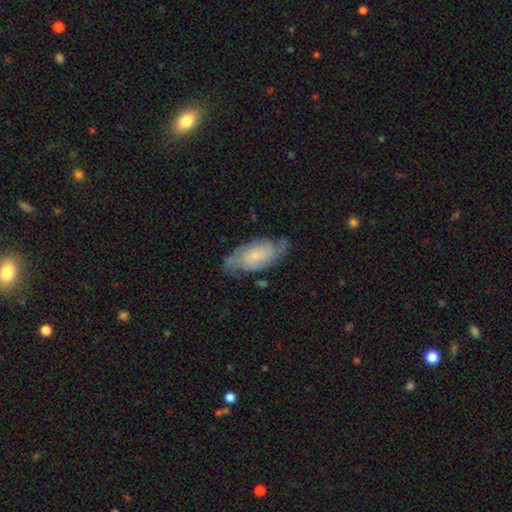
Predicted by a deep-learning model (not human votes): featured or disk 64%, smooth 29%, star or artifact 7%. Down the decision tree: edge-on disk — no (92%); bar — no (67%); spiral arms — yes (89%); spiral arm count — 2 (57%); spiral winding — tight (45%); bulge size — small (62%); merging — none (68%).